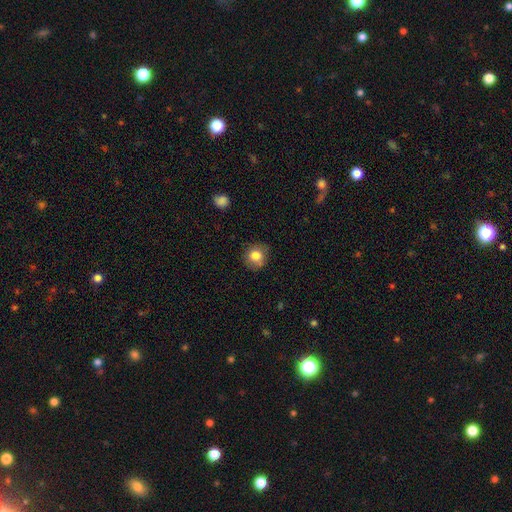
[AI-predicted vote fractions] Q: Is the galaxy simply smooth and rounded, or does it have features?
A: smooth — 81%.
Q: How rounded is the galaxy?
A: round — 86%.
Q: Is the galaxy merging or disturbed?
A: none — 79%.